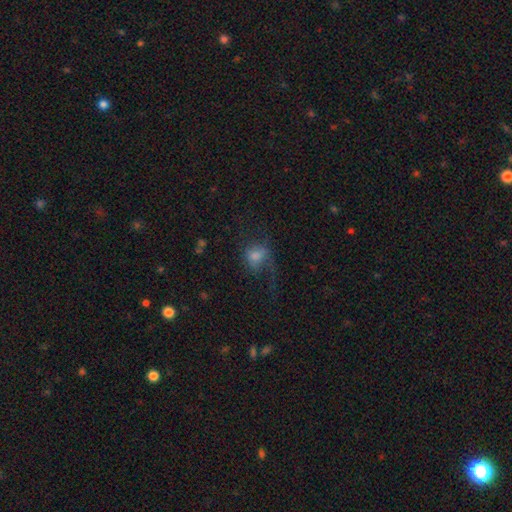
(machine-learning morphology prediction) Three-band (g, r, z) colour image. It shows a smooth galaxy with no disk features (58%) that is in between round and cigar-shaped (50%). Merging: major disturbance (46%).